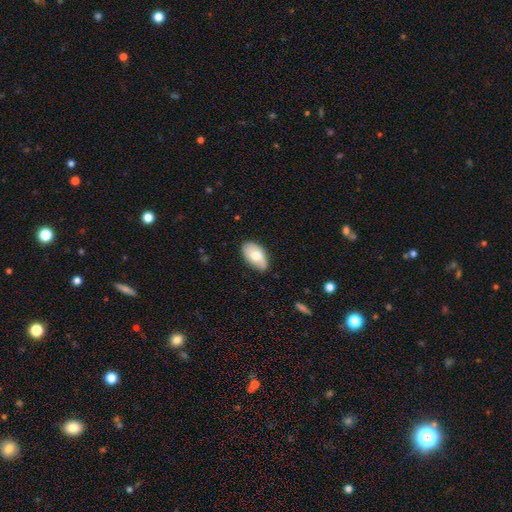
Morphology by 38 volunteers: Volunteers were most divided on "merging": none: 73%, minor disturbance: 22%, major disturbance: 3%, merger: 3%. More confident: how rounded — in between (93%); smooth or featured — smooth (76%).